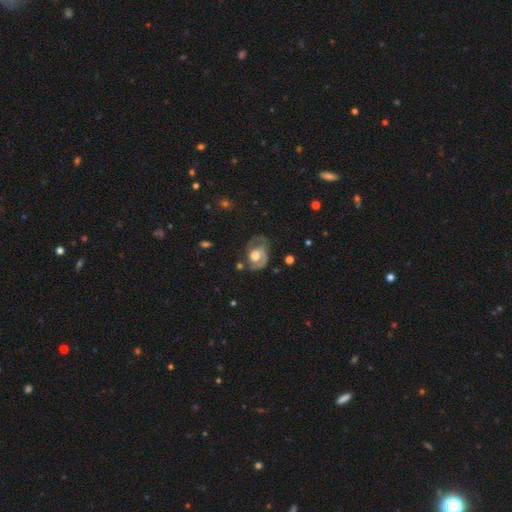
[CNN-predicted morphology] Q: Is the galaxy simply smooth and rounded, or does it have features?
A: featured or disk — 72%.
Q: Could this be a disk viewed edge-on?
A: no — 97%.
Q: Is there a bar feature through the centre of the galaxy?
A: no — 73%.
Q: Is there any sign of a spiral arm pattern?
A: yes — 84%.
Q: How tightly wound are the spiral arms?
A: tight — 42%.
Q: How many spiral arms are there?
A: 2 — 48%.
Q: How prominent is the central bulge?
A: large — 44%.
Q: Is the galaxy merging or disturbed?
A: none — 49%.